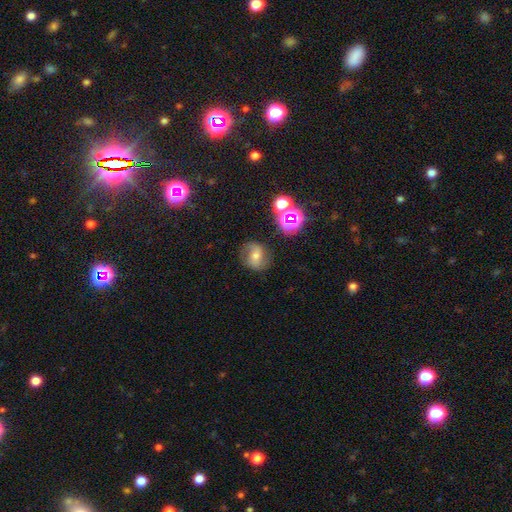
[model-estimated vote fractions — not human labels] Morphology: type=featured or disk (43%); merging=none (72%).